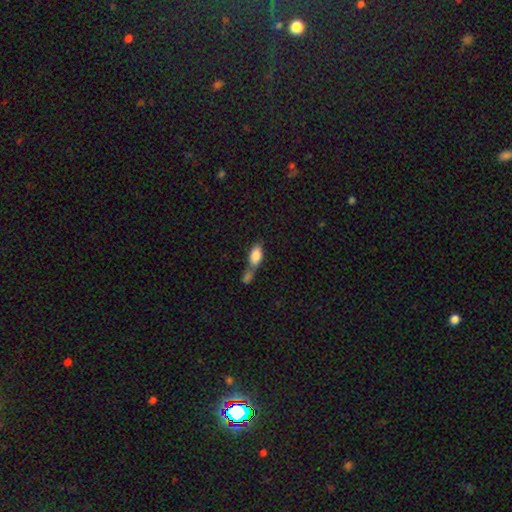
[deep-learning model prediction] This is clearly a smooth galaxy (81%). How rounded: clearly in between (87%). Merging: likely merger (62%).